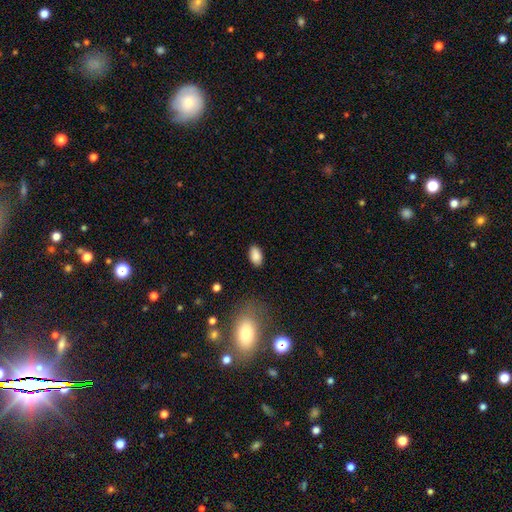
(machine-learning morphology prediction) The model was most divided on "merging": none: 85%, minor disturbance: 11%, major disturbance: 3%, merger: 1%. More confident: how rounded — in between (93%); smooth or featured — smooth (87%).